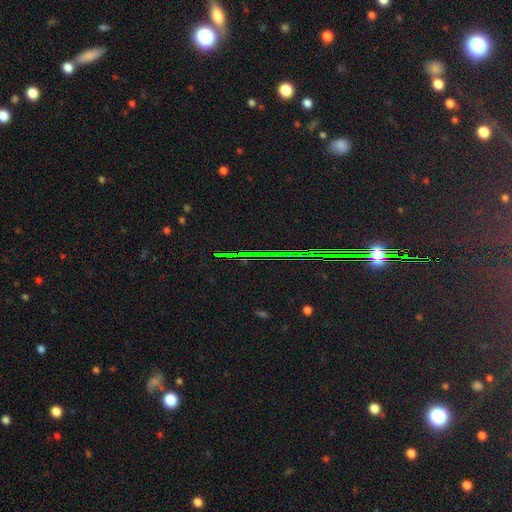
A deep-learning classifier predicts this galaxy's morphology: This appears to be a star or artifact, not a galaxy (80%).